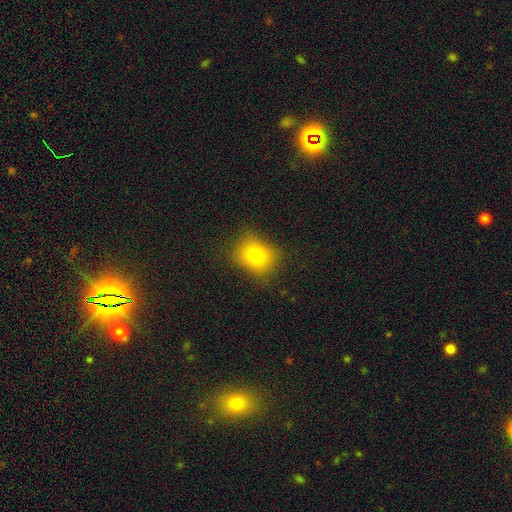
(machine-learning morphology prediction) Overall: smooth (77%). How rounded: round (59%; in between 40%). Merging: none (80%).